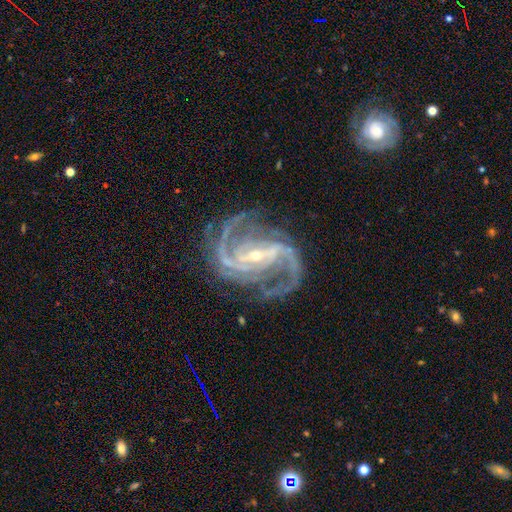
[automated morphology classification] smooth-or-featured: featured or disk: 93% | star or artifact: 6% | smooth: 2%
  disk-edge-on: no: 98% | yes: 2%
    bar: strong: 61% | weak: 27% | no: 11%
    has-spiral-arms: yes: 99% | no: 1%
      spiral-winding: medium: 58% | tight: 26% | loose: 16%
      spiral-arm-count: 2: 44% | 3: 24% | 4: 10% | can't tell: 8% | more than 4: 7% | 1: 6%
    bulge-size: small: 73% | moderate: 24% | large: 1% | none: 1% | dominant: 1%
  merging: none: 71% | minor disturbance: 16% | major disturbance: 11% | merger: 2%